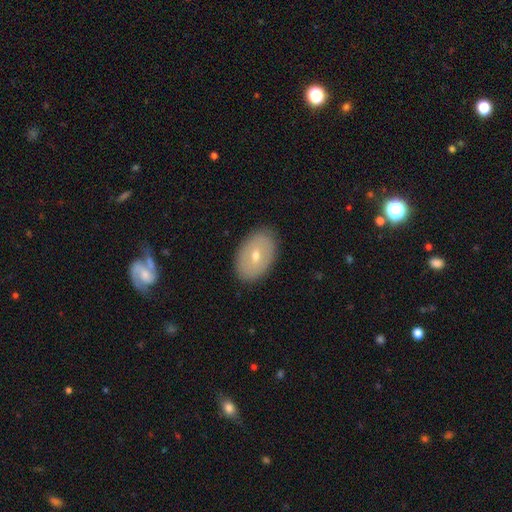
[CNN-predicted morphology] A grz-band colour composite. It shows a smooth galaxy with no disk features (54%) that is in between round and cigar-shaped (88%). Merging: none (88%).